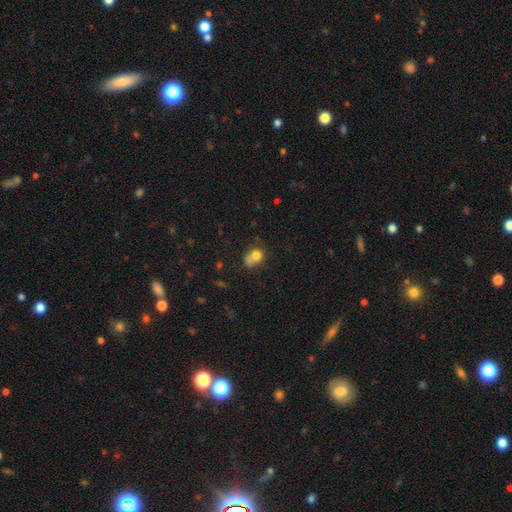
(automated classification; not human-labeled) Smooth or featured? smooth (75%)
How rounded? round (55%)
Merging? none (35%)